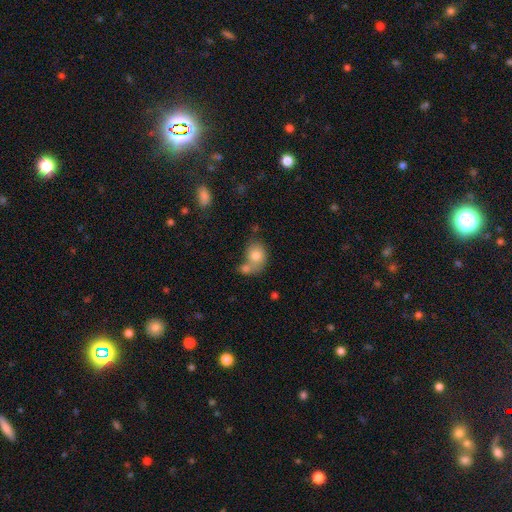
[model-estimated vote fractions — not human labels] Overall: smooth (77%). How rounded: round (50%; in between 49%). Merging: merger (50%; none 31%).